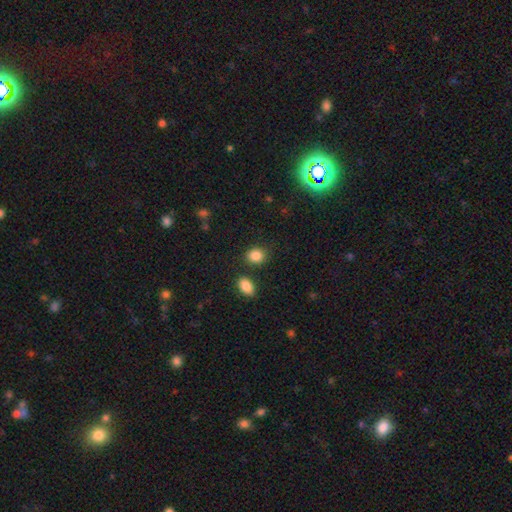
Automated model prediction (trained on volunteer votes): A smooth galaxy with no disk features (86%) that is round (58%).

Vote fractions:
- Smooth or featured? smooth: 86% / star or artifact: 9% / featured or disk: 5%
- How rounded? round: 58% / in between: 41% / cigar-shaped: 1%
- Merging? none: 80% / minor disturbance: 10% / merger: 7% / major disturbance: 3%